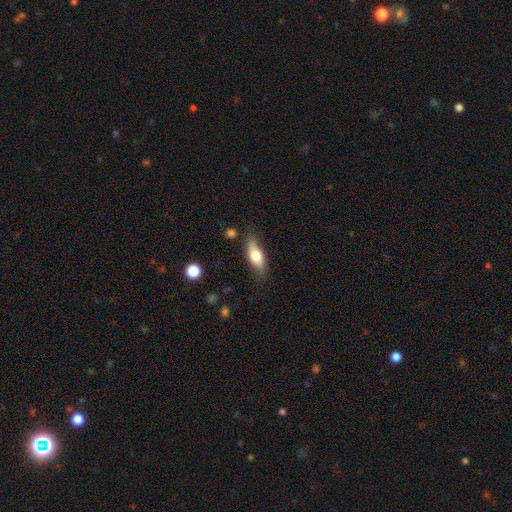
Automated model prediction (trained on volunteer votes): Smooth or featured? Predicted: smooth (p=0.68). How rounded? Predicted: in between (p=0.73). Merging? Predicted: none (p=0.71).